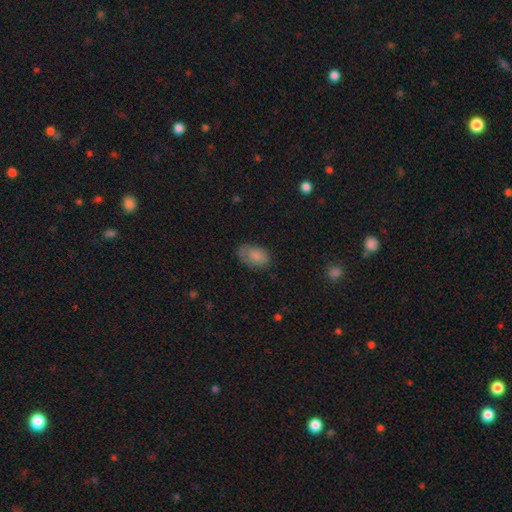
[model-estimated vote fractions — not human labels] The model was most divided on "merging": none: 67%, minor disturbance: 24%, major disturbance: 7%, merger: 2%. More confident: how rounded — in between (90%); smooth or featured — smooth (83%).